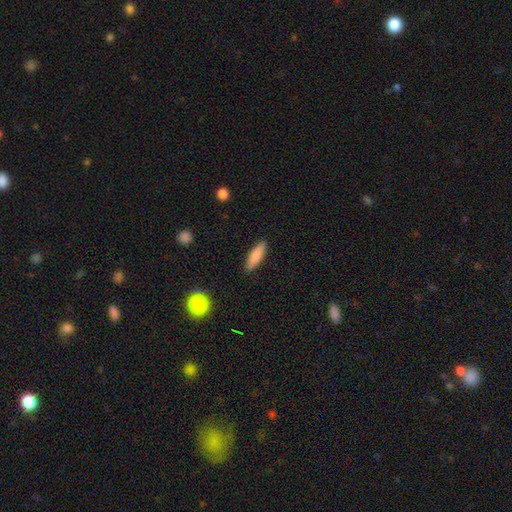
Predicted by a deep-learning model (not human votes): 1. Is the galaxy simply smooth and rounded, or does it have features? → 82% smooth, 12% featured or disk, 6% star or artifact.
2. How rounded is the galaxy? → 63% cigar-shaped, 35% in between, 2% round.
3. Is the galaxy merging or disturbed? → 88% none, 9% minor disturbance, 2% major disturbance, 1% merger.